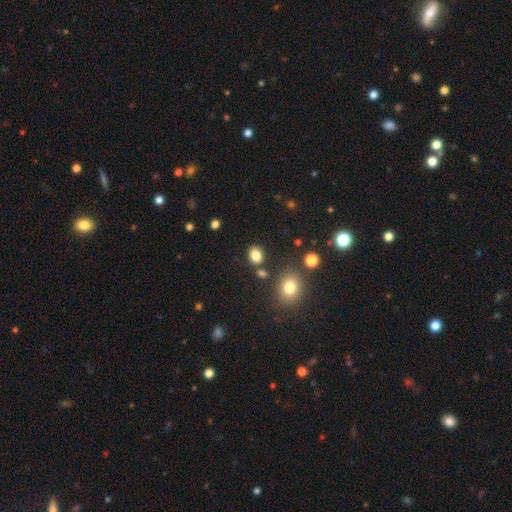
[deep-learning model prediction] Q: Smooth or featured?
A: smooth (83%); runner-up: star or artifact (11%)
Q: How rounded?
A: in between (56%); runner-up: round (43%)
Q: Merging?
A: none (80%); runner-up: minor disturbance (10%)